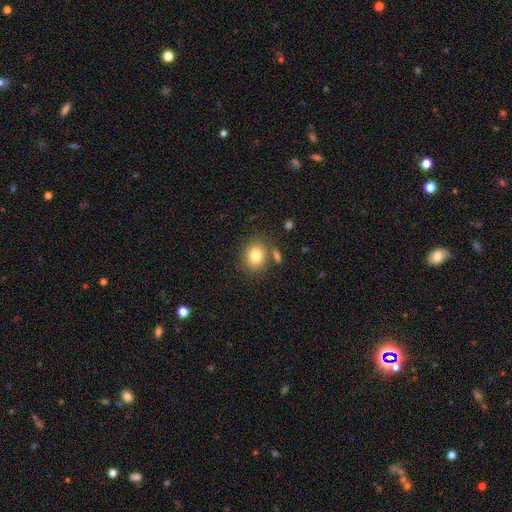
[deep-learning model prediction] A smooth galaxy with no disk features (82%) that is round (63%). Merging: none (75%).